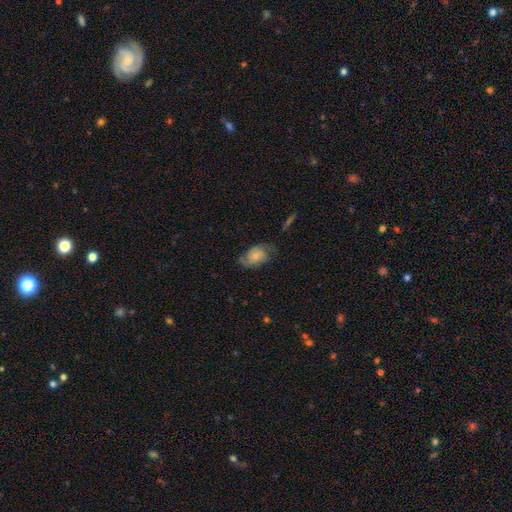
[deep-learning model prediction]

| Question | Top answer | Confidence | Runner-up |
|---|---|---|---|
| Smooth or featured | featured or disk | 55% | smooth (38%) |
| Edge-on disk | no | 96% | yes (4%) |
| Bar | no | 75% | weak (22%) |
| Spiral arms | yes | 86% | no (14%) |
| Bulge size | small | 59% | moderate (31%) |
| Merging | none | 55% | minor disturbance (27%) |